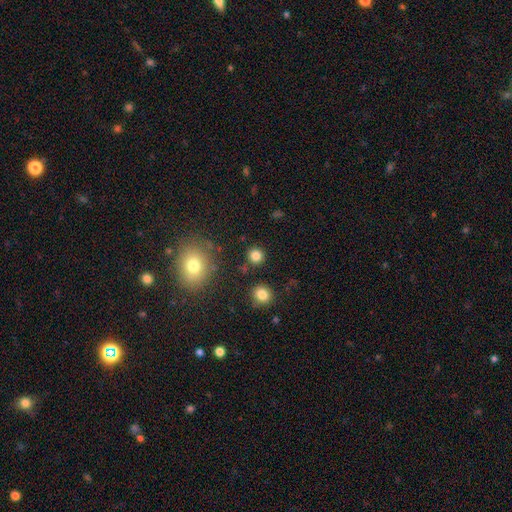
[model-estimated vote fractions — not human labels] Smooth or featured: smooth — 82% (star or artifact — 13%)
How rounded: round — 91% (in between — 8%)
Merging: none — 87% (minor disturbance — 6%)